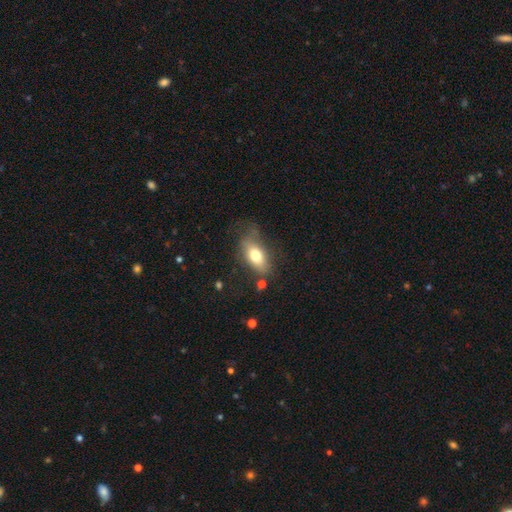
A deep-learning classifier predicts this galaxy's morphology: This is likely a smooth galaxy (72%). How rounded: clearly in between (84%). Merging: possibly none (50%).